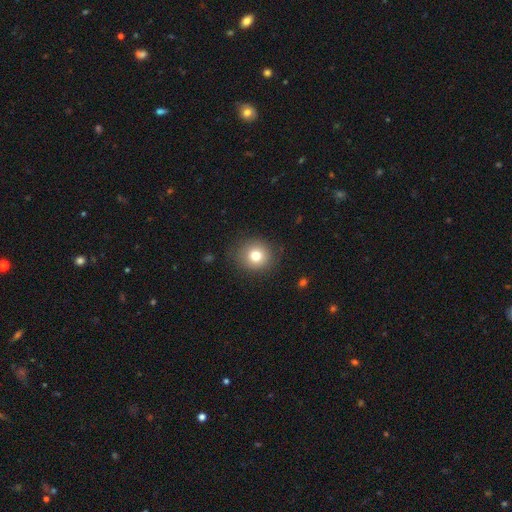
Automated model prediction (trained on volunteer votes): smooth 78%, star or artifact 12%, featured or disk 11%. Down the decision tree: how rounded — round (87%); merging — none (86%).